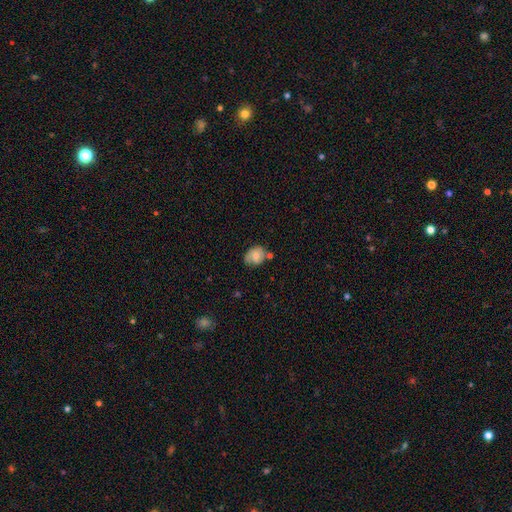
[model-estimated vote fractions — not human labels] Morphology: type=smooth (58%); roundness=round (51%); merging=none (61%).